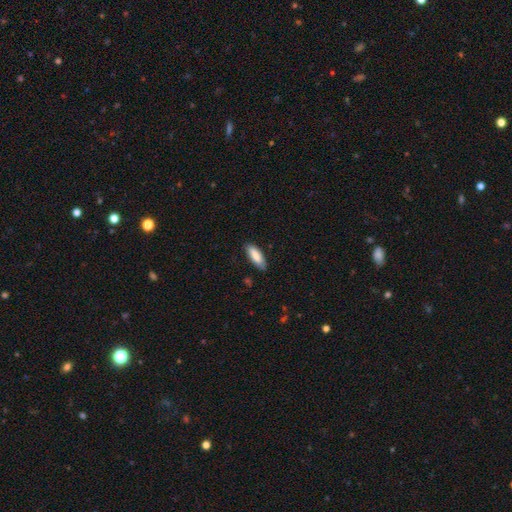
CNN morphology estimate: The model was most divided on "how rounded": in between: 64%, cigar-shaped: 35%, round: 1%. More confident: smooth or featured — smooth (85%); merging — none (83%).